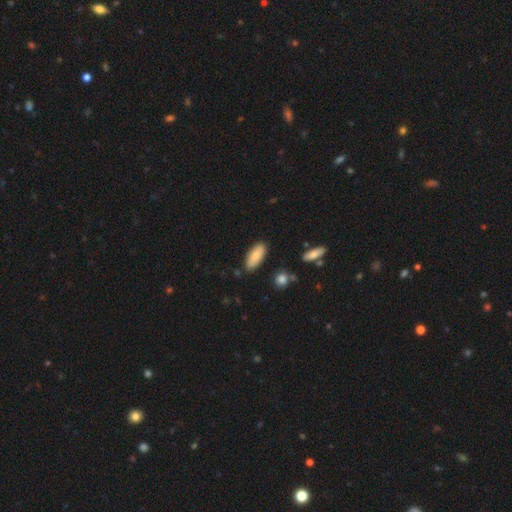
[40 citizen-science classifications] smooth 78%, featured or disk 15%, star or artifact 8%. Down the decision tree: how rounded — in between (71%); merging — none (68%).